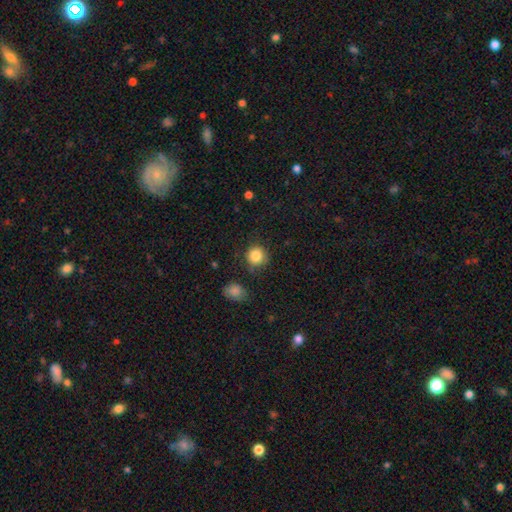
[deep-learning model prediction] Q: Smooth or featured?
A: smooth (85%); runner-up: star or artifact (10%)
Q: How rounded?
A: round (91%); runner-up: in between (8%)
Q: Merging?
A: none (81%); runner-up: minor disturbance (12%)